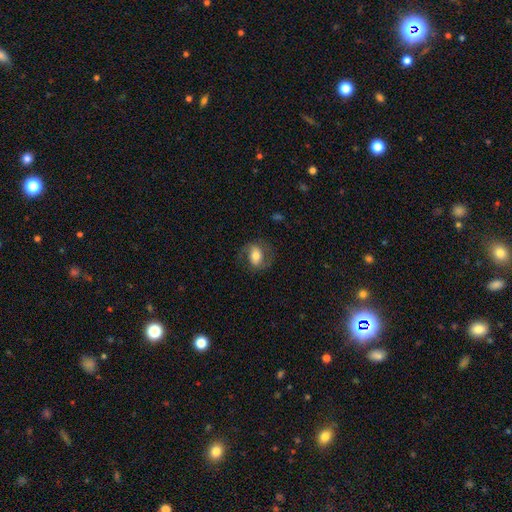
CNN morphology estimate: A smooth galaxy with no disk features (53%) that is in between round and cigar-shaped (73%).

Vote fractions:
- Smooth or featured? smooth: 53% / featured or disk: 39% / star or artifact: 8%
- How rounded? in between: 73% / round: 25% / cigar-shaped: 2%
- Merging? none: 68% / minor disturbance: 18% / major disturbance: 12% / merger: 1%